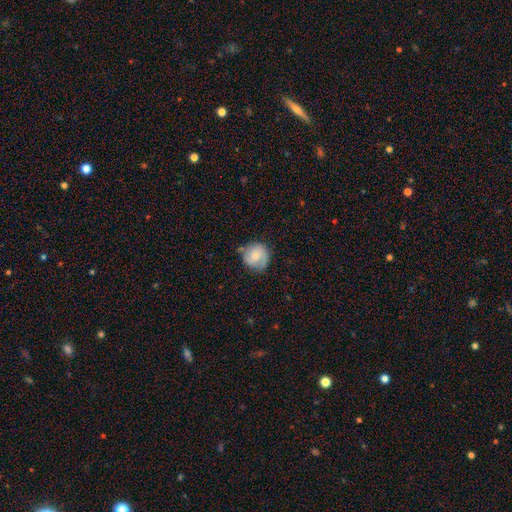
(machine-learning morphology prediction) type=smooth (53%); roundness=round (88%); merging=none (68%).